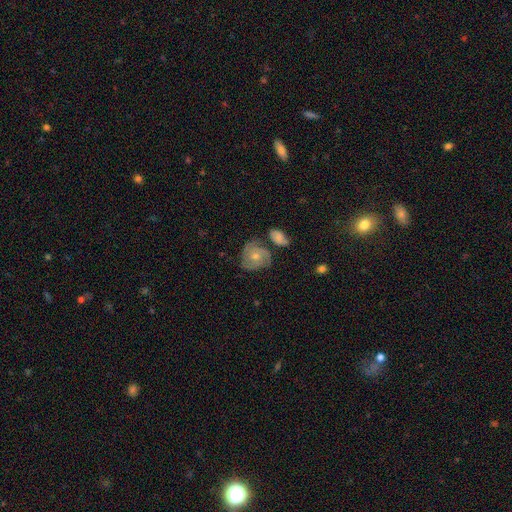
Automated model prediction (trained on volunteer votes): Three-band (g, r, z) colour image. It shows a featured or disk galaxy (73%) with no bar (77%), 3 (36%) tight (60%) spiral arms (93%) and a moderate central bulge (53%). Merging: none (65%).